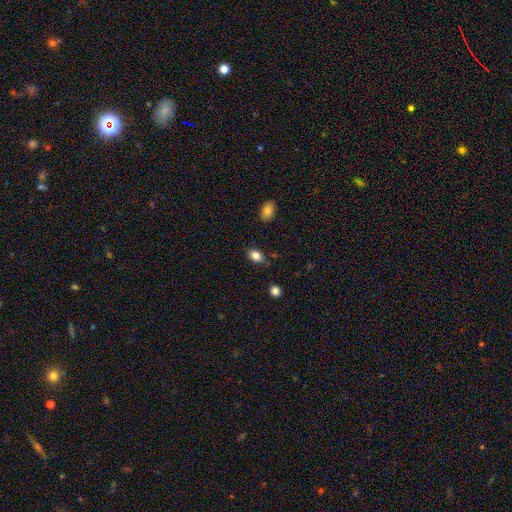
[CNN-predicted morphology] Overall: smooth (83%). How rounded: in between (82%). Merging: none (81%).